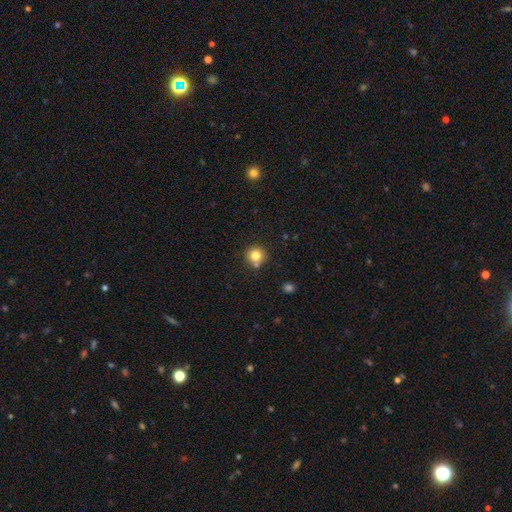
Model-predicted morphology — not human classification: Q: Smooth or featured?
A: smooth (80%); runner-up: star or artifact (12%)
Q: How rounded?
A: round (93%); runner-up: in between (6%)
Q: Merging?
A: none (75%); runner-up: merger (13%)